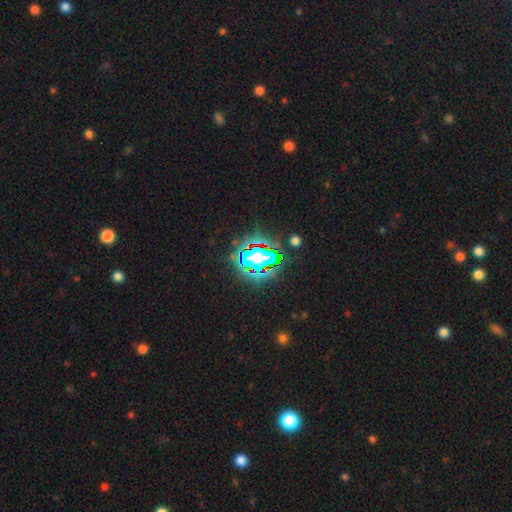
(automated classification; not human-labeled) Smooth or featured?
  - star or artifact: 58% *
  - smooth: 22%
  - featured or disk: 20%